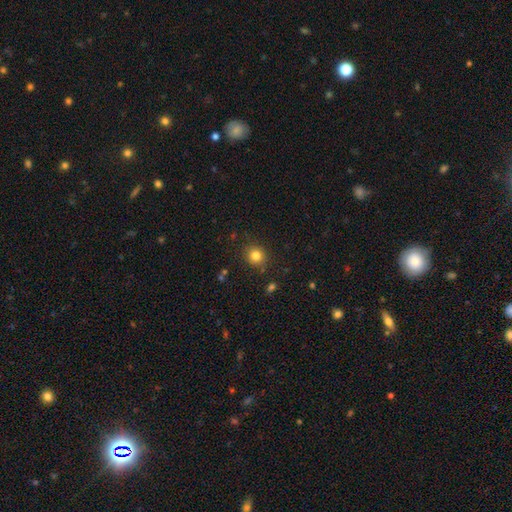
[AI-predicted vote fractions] This is clearly a smooth galaxy (82%). How rounded: clearly round (88%). Merging: clearly none (87%).